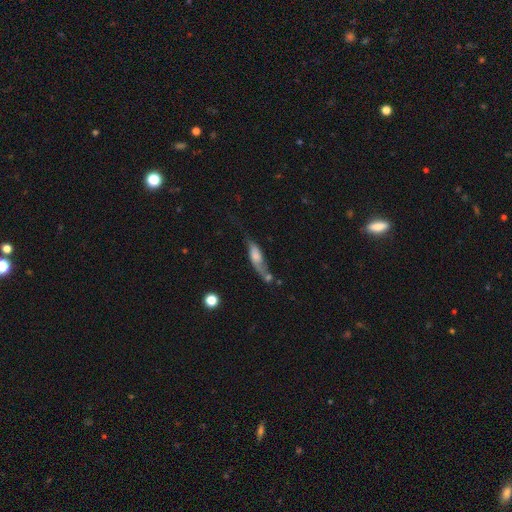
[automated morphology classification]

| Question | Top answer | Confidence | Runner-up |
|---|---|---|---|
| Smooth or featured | smooth | 48% | featured or disk (44%) |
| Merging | none | 34% | minor disturbance (27%) |